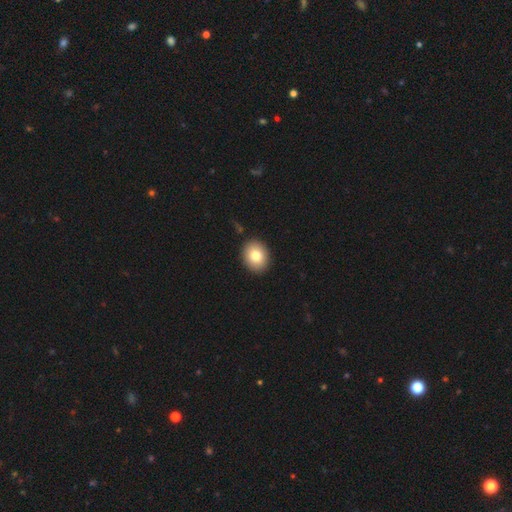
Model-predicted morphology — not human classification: smooth-or-featured: smooth: 81% | featured or disk: 10% | star or artifact: 9%
  how-rounded: round: 51% | in between: 48% | cigar-shaped: 1%
  merging: none: 90% | minor disturbance: 6% | major disturbance: 2% | merger: 2%